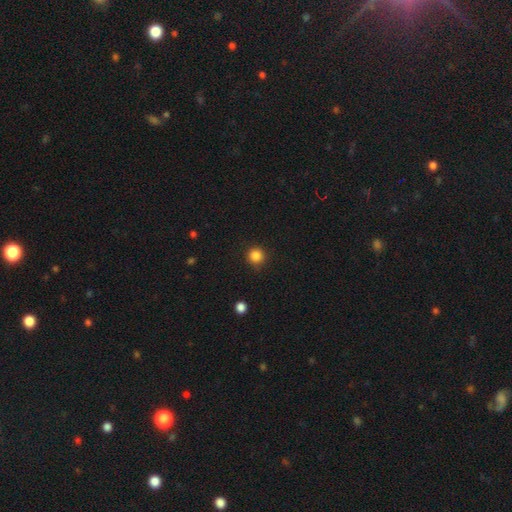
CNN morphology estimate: type=smooth (85%); roundness=round (95%); merging=none (90%).